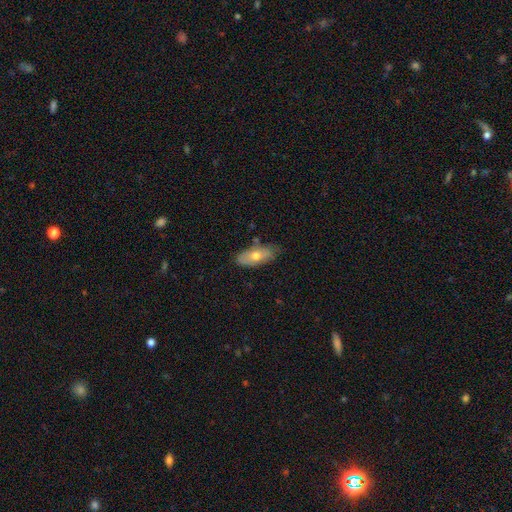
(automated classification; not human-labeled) Smooth or featured? Predicted: smooth (p=0.63). How rounded? Predicted: in between (p=0.78). Merging? Predicted: none (p=0.75).